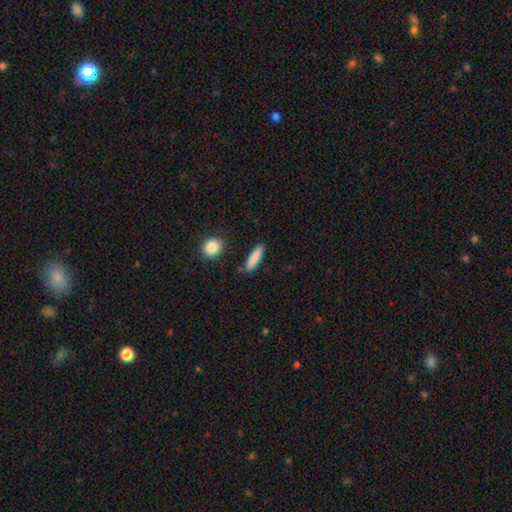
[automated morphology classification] Overall: smooth (86%). How rounded: cigar-shaped (82%). Merging: none (87%).